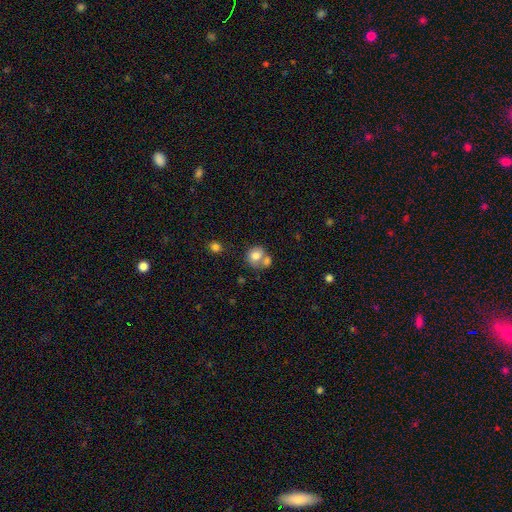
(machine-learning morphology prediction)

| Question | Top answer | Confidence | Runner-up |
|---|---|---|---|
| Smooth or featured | smooth | 77% | featured or disk (14%) |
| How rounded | round | 75% | in between (24%) |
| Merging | merger | 45% | none (40%) |